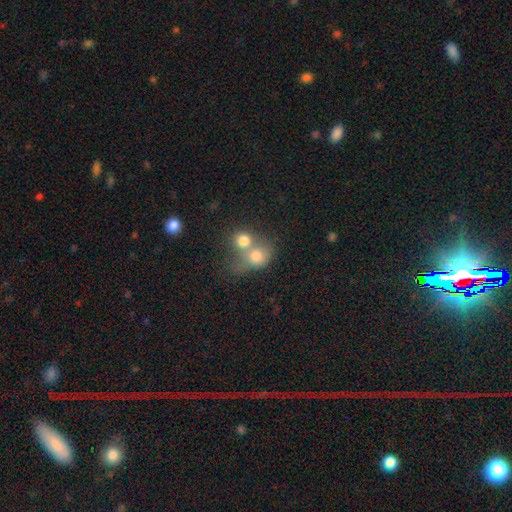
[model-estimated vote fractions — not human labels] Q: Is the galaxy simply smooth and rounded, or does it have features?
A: smooth — 72%.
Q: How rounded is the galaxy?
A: round — 68%.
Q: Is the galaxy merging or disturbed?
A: merger — 67%.